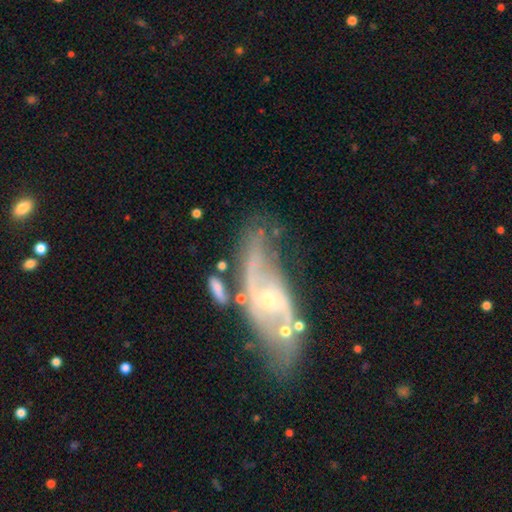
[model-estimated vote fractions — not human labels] This is likely a featured or disk galaxy (79%). It is clearly not viewed edge-on (89%). Bar: possibly no (56%). Spiral arm pattern: clearly yes (84%). Spiral arm count: likely 2 (69%). Spiral winding: possibly loose (49%). Central bulge: likely small (73%). Merging: possibly none (46%).